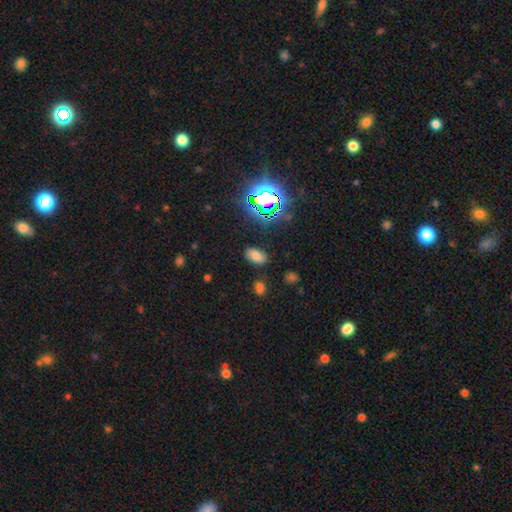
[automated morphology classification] Overall: smooth (65%). How rounded: in between (91%). Merging: none (84%).